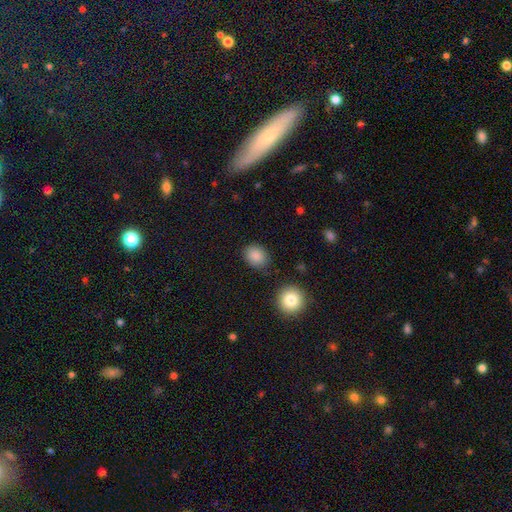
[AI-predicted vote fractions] Smooth or featured? Predicted: smooth (p=0.87). How rounded? Predicted: round (p=0.53). Merging? Predicted: none (p=0.83).